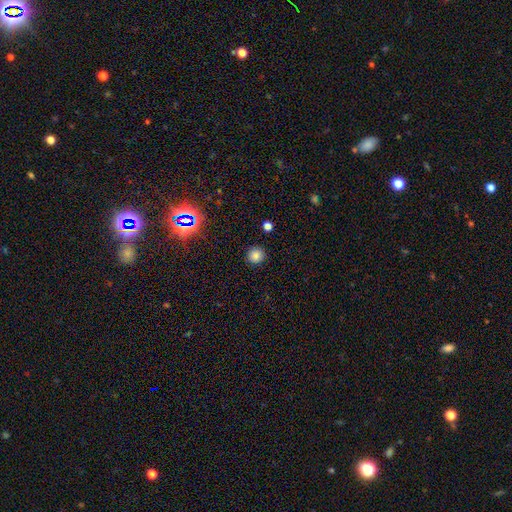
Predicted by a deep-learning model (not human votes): Smooth or featured? Predicted: smooth (p=0.80). How rounded? Predicted: round (p=0.95). Merging? Predicted: none (p=0.91).